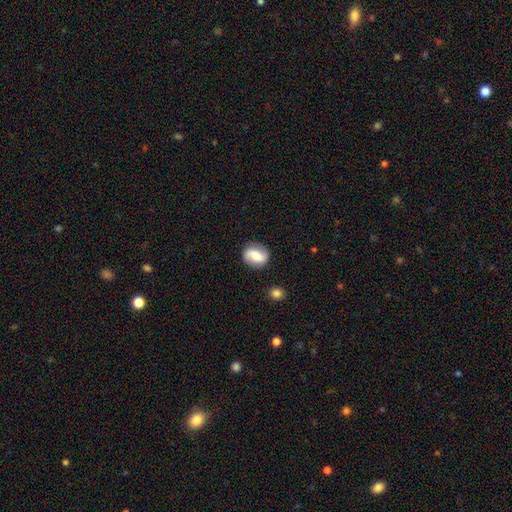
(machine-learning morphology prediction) featured or disk 56%, smooth 36%, star or artifact 8%. Down the decision tree: edge-on disk — no (97%); bar — weak (40%); spiral arms — yes (90%); bulge size — moderate (42%); merging — none (81%).